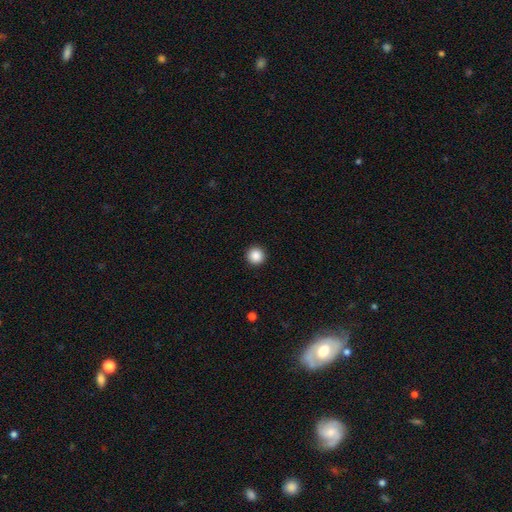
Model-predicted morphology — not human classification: smooth-or-featured: smooth: 88% | star or artifact: 10% | featured or disk: 3%
  how-rounded: round: 96% | in between: 3% | cigar-shaped: 1%
  merging: none: 93% | minor disturbance: 4% | major disturbance: 2% | merger: 1%